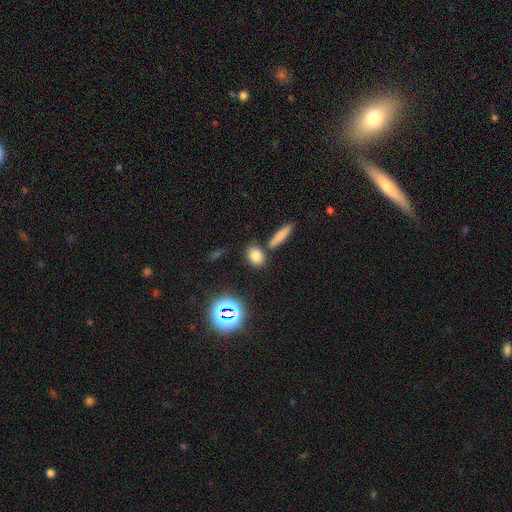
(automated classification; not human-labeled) A smooth galaxy with no disk features (79%) that is in between round and cigar-shaped (66%). Merging: none (76%).